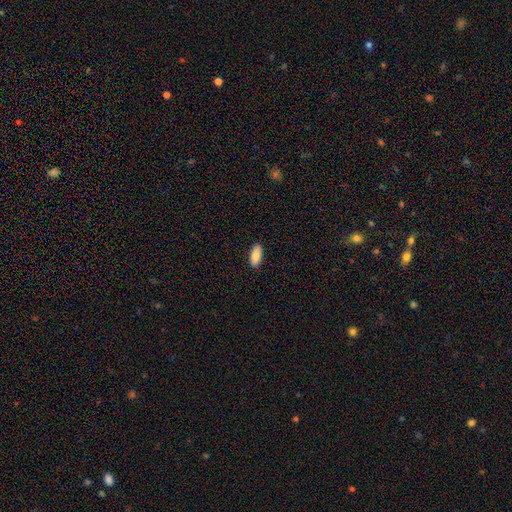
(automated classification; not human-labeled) Smooth or featured?
  - smooth: 87% *
  - featured or disk: 7%
  - star or artifact: 6%
How rounded?
  - in between: 89% *
  - cigar-shaped: 9%
  - round: 2%
Merging?
  - none: 89% *
  - minor disturbance: 9%
  - major disturbance: 2%
  - merger: 1%